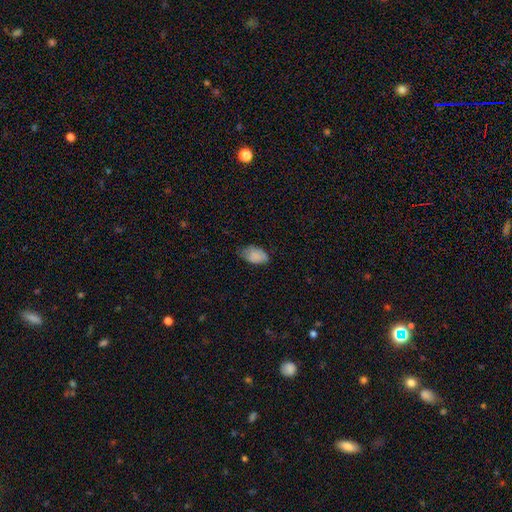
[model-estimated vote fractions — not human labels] Smooth or featured: smooth — 81% (featured or disk — 11%)
How rounded: in between — 92% (round — 6%)
Merging: none — 54% (minor disturbance — 36%)